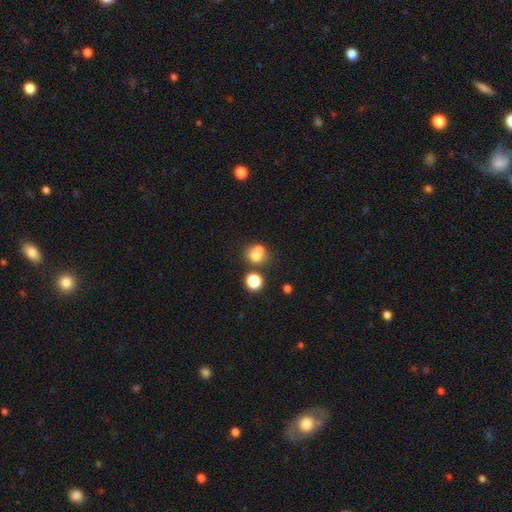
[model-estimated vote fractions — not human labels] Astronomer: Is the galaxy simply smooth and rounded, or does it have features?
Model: smooth — 67%.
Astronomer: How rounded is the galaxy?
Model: round — 75%.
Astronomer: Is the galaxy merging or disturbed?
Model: merger — 52% (runner-up: none, 37%).